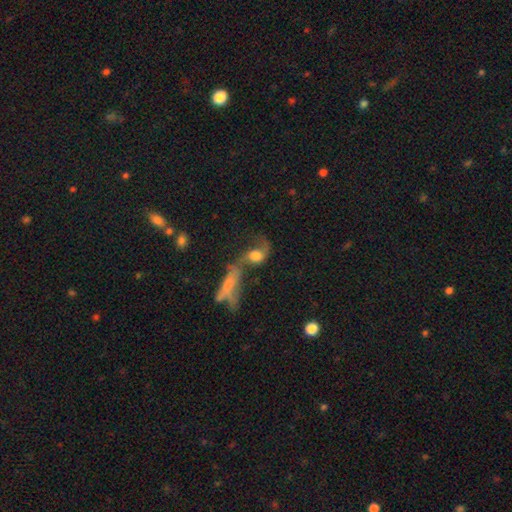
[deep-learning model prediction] Smooth or featured? Predicted: featured or disk (p=0.48). Merging? Predicted: merger (p=0.47).